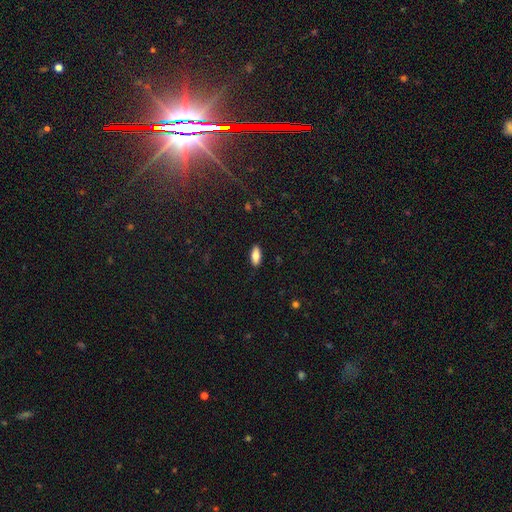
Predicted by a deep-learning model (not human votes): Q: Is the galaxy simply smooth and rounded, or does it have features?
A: smooth — 79%.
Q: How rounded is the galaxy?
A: in between — 79%.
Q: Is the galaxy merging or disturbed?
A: none — 88%.